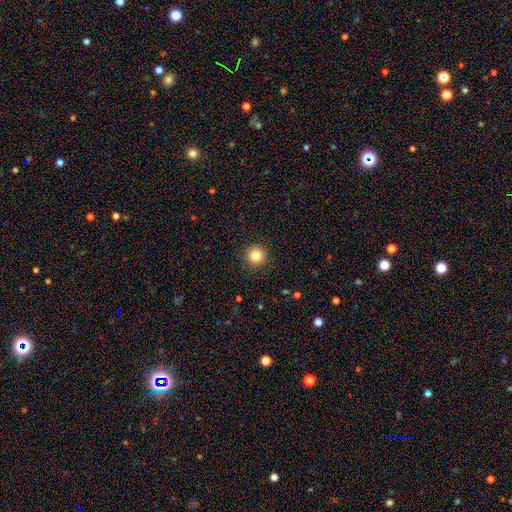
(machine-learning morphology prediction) type=smooth (84%); roundness=round (96%); merging=none (92%).